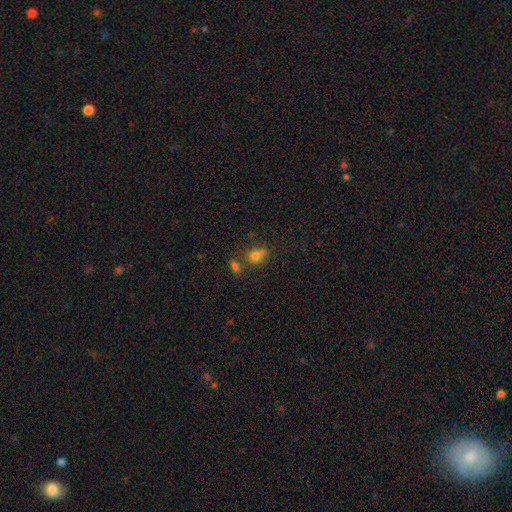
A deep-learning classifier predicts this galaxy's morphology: Q: Smooth or featured?
A: smooth (71%); runner-up: star or artifact (18%)
Q: How rounded?
A: round (64%); runner-up: in between (34%)
Q: Merging?
A: none (49%); runner-up: merger (30%)